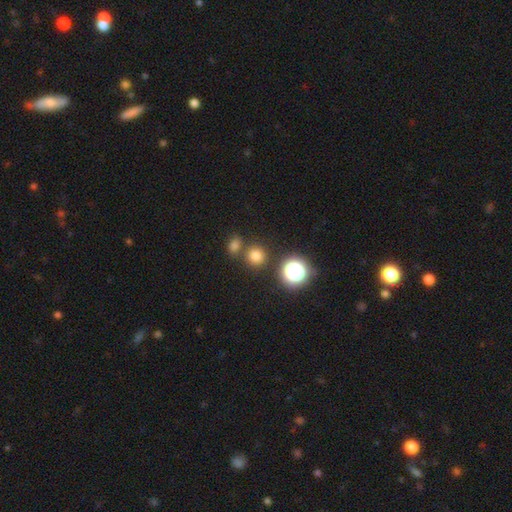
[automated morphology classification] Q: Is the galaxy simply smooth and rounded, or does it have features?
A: smooth — 75%.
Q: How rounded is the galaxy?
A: round — 91%.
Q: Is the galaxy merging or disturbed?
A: none — 76%.